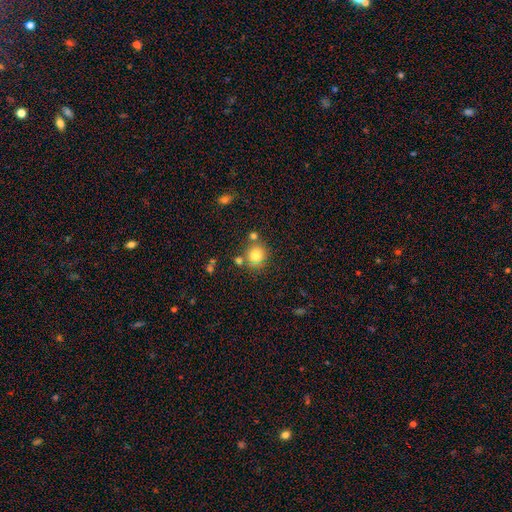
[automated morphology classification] A smooth galaxy with no disk features (79%) that is round (86%). Merging: none (71%).